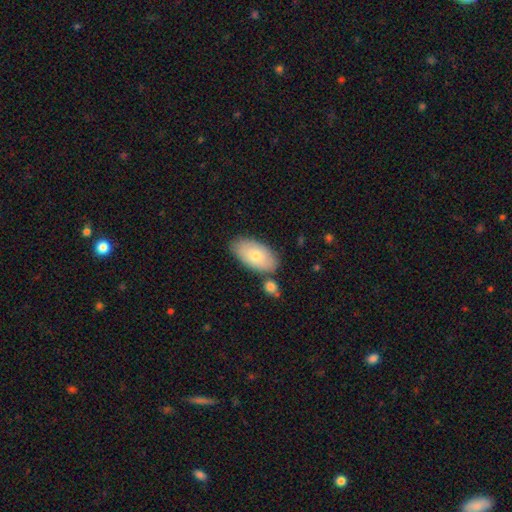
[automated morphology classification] smooth 75%, featured or disk 20%, star or artifact 6%. Down the decision tree: how rounded — in between (95%); merging — none (75%).